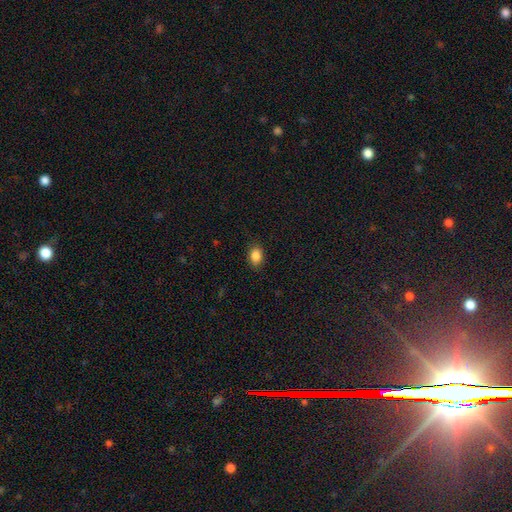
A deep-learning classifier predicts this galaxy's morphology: A smooth galaxy with no disk features (86%) that is in between round and cigar-shaped (76%).

Vote fractions:
- Smooth or featured? smooth: 86% / star or artifact: 9% / featured or disk: 4%
- How rounded? in between: 76% / round: 23% / cigar-shaped: 1%
- Merging? none: 86% / minor disturbance: 10% / major disturbance: 3% / merger: 1%